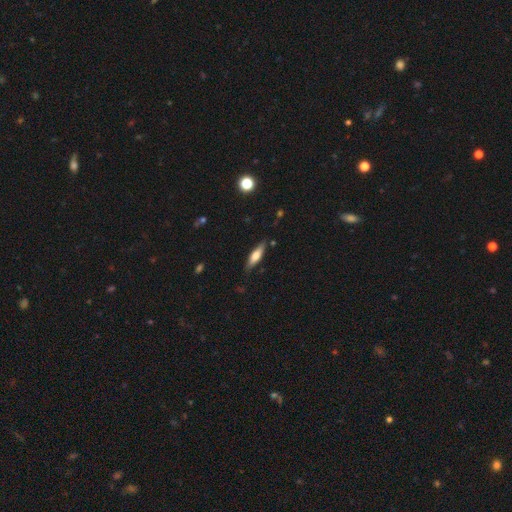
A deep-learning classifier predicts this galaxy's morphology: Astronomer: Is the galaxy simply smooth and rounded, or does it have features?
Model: smooth — 61%.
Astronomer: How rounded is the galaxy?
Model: cigar-shaped — 61% (runner-up: in between, 37%).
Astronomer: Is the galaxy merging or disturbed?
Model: none — 83%.